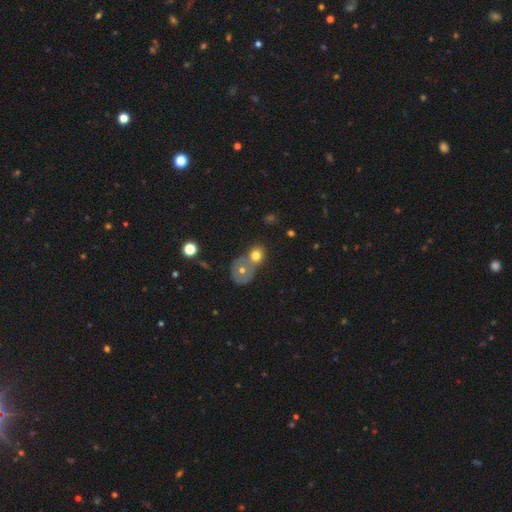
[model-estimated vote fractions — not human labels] This appears to be a smooth galaxy with no disk features (70%) that is round (72%). Merging: merger (59%).